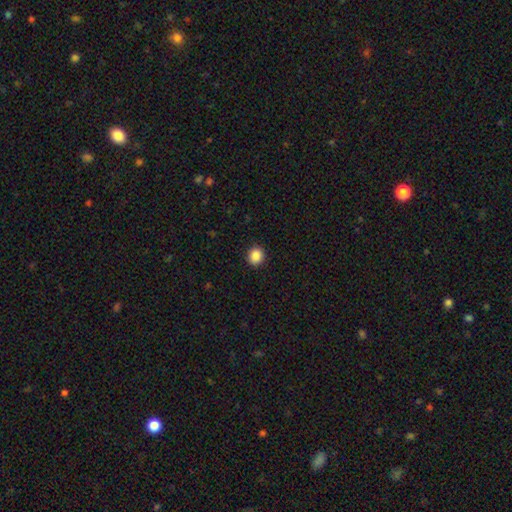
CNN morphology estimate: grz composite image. It shows a smooth galaxy with no disk features (87%) that is round (77%). Merging: none (91%).